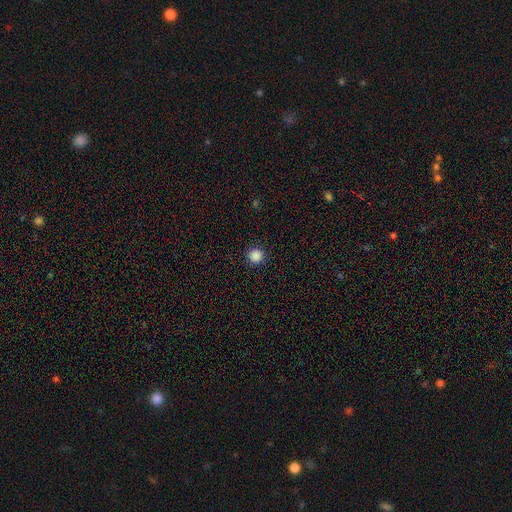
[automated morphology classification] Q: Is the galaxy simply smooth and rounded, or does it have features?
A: smooth — 86%.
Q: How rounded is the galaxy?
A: round — 94%.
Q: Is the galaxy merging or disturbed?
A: none — 92%.